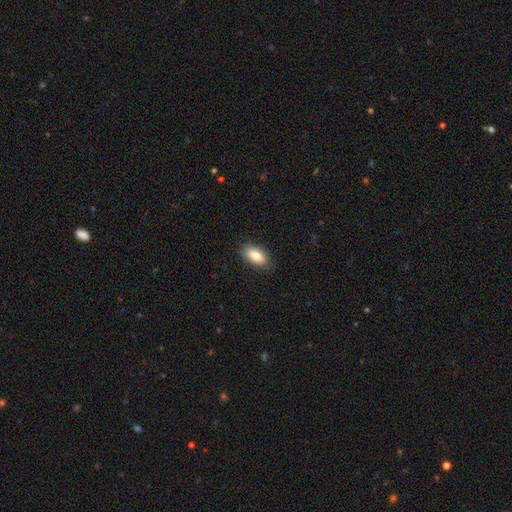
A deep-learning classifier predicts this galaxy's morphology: A smooth galaxy with no disk features (86%) that is in between round and cigar-shaped (91%). Merging: none (83%).